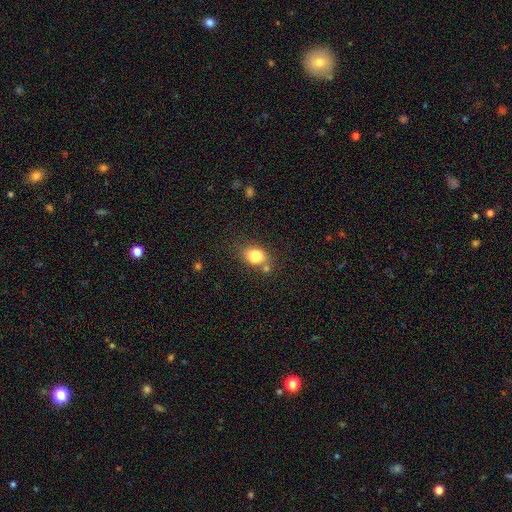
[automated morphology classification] Smooth or featured?
  - smooth: 82% *
  - star or artifact: 10%
  - featured or disk: 8%
How rounded?
  - in between: 64% *
  - round: 35%
  - cigar-shaped: 1%
Merging?
  - none: 58% *
  - minor disturbance: 19%
  - merger: 16%
  - major disturbance: 6%